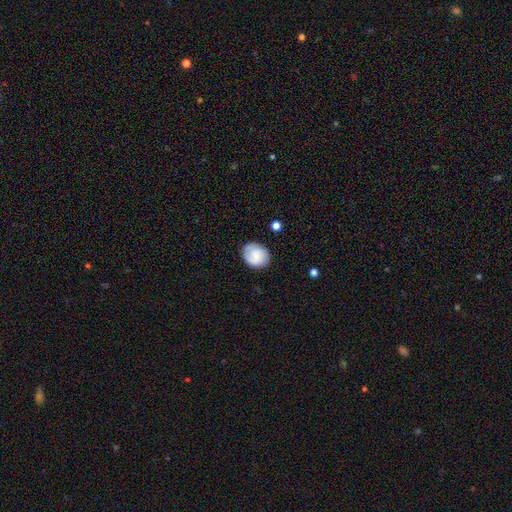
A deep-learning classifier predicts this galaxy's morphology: Smooth or featured: smooth — 64% (featured or disk — 28%)
How rounded: round — 55% (in between — 44%)
Merging: none — 80% (minor disturbance — 15%)